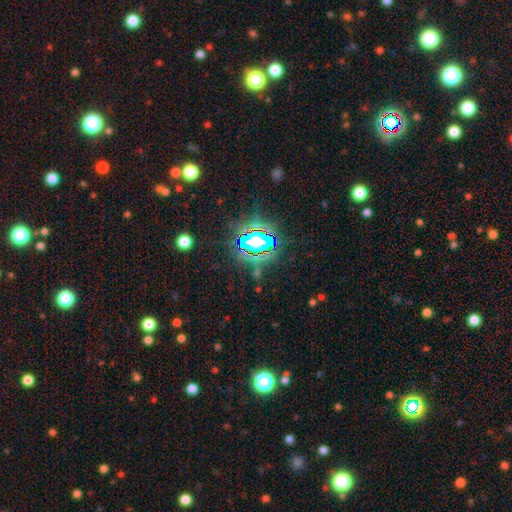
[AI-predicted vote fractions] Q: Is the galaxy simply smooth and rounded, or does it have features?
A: star or artifact — 78%.